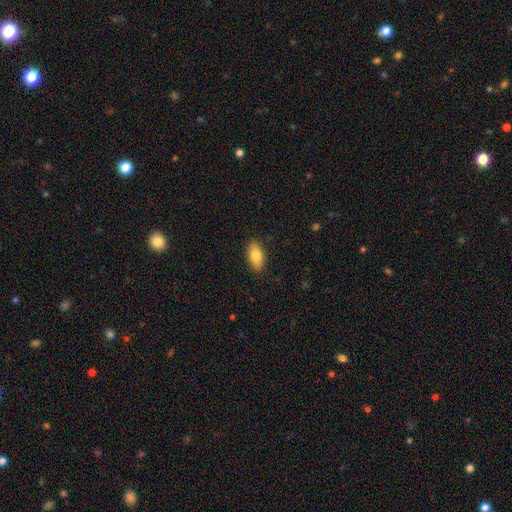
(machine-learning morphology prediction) The model was most divided on "smooth or featured": smooth: 81%, featured or disk: 13%, star or artifact: 6%. More confident: how rounded — in between (88%); merging — none (88%).